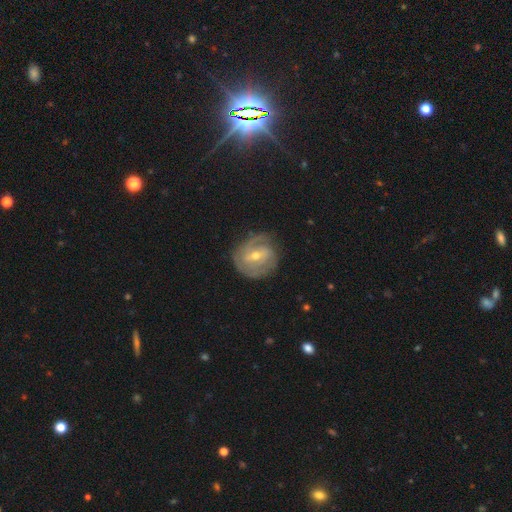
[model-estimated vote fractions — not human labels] Q: Smooth or featured?
A: featured or disk (77%); runner-up: smooth (16%)
Q: Edge-on disk?
A: no (96%); runner-up: yes (4%)
Q: Bar?
A: weak (49%); runner-up: strong (29%)
Q: Spiral arms?
A: yes (84%); runner-up: no (16%)
Q: Spiral winding?
A: tight (61%); runner-up: medium (29%)
Q: Spiral arm count?
A: 2 (44%); runner-up: can't tell (31%)
Q: Bulge size?
A: moderate (52%); runner-up: small (45%)
Q: Merging?
A: none (71%); runner-up: minor disturbance (20%)